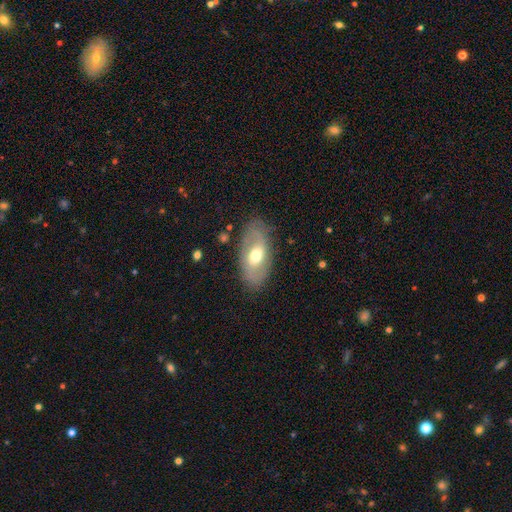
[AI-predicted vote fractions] This is possibly a featured or disk galaxy (50%). It is clearly not viewed edge-on (89%). Merging: likely none (76%).